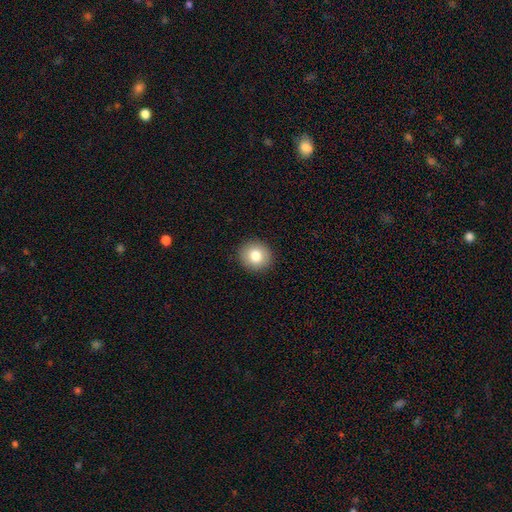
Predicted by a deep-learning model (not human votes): Morphology: type=smooth (80%); roundness=round (86%); merging=none (91%).